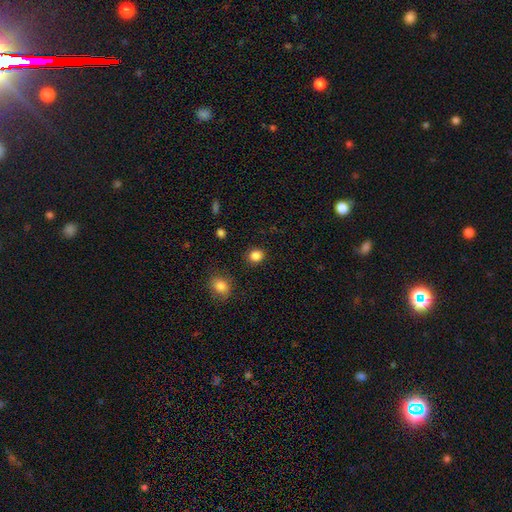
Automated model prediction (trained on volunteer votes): Smooth or featured?
  - smooth: 85% *
  - star or artifact: 11%
  - featured or disk: 4%
How rounded?
  - round: 75% *
  - in between: 24%
  - cigar-shaped: 1%
Merging?
  - none: 89% *
  - minor disturbance: 7%
  - major disturbance: 2%
  - merger: 2%